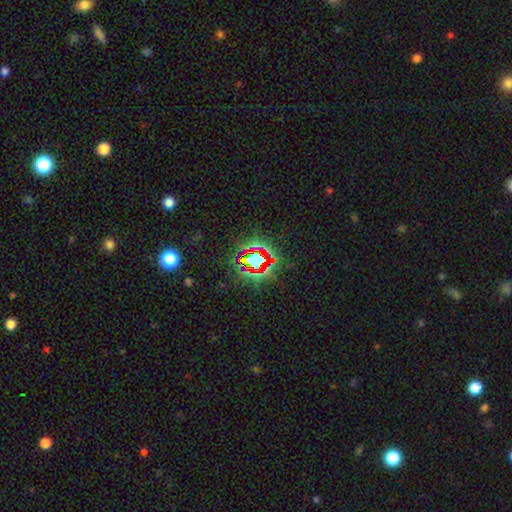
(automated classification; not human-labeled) Smooth or featured? Predicted: star or artifact (p=0.77).